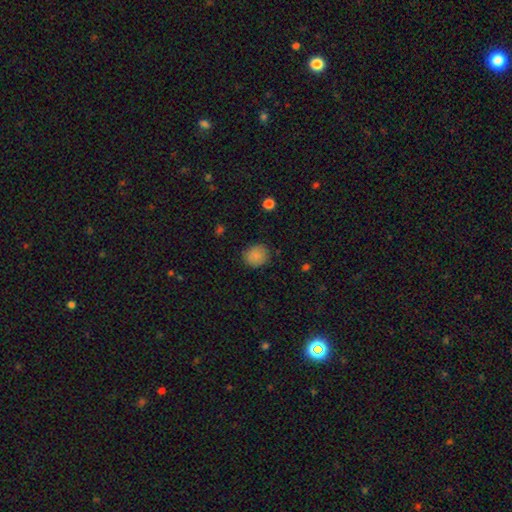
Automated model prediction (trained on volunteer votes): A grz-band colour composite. It shows a smooth galaxy with no disk features (86%) that is round (79%). Merging: none (84%).